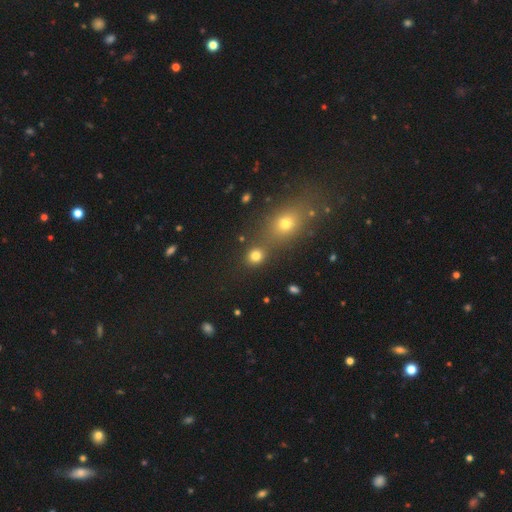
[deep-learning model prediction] smooth 78%, star or artifact 16%, featured or disk 6%. Down the decision tree: how rounded — round (82%); merging — none (68%).